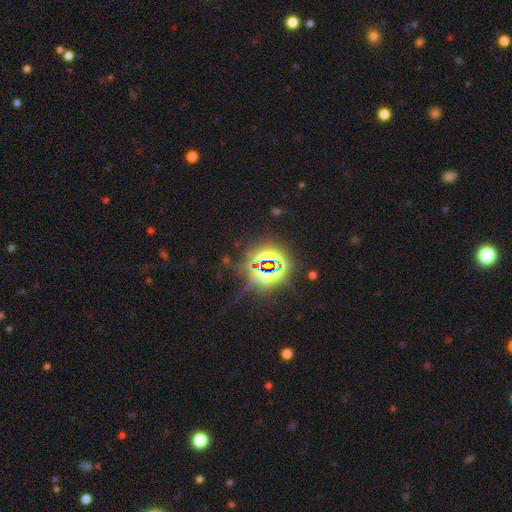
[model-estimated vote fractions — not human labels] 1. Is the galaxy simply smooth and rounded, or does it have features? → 84% star or artifact, 8% smooth, 8% featured or disk.